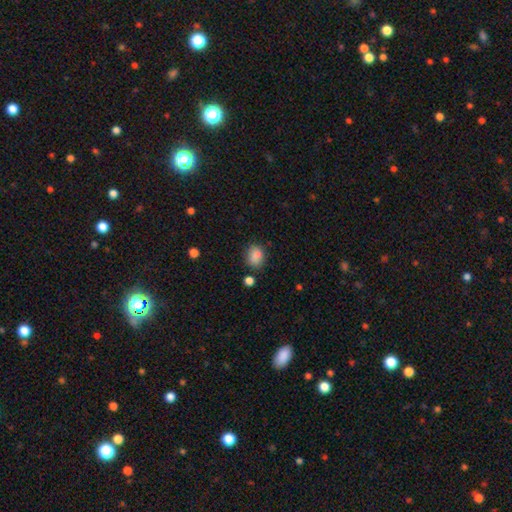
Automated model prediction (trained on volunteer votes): Overall: smooth (86%). How rounded: round (51%; in between 48%). Merging: none (74%).